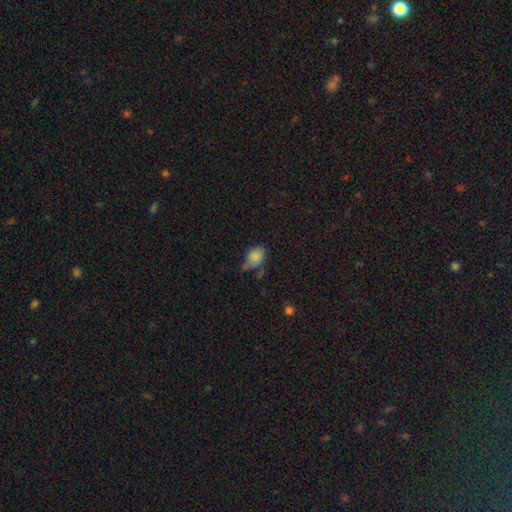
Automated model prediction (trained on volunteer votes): This appears to be a smooth galaxy with no disk features (81%) that is in between round and cigar-shaped (69%). Merging: none (41%).